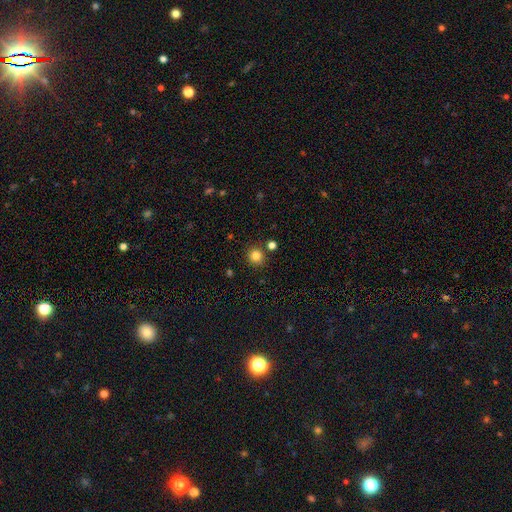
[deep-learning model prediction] Smooth or featured?
  - smooth: 82% *
  - star or artifact: 13%
  - featured or disk: 5%
How rounded?
  - round: 91% *
  - in between: 8%
  - cigar-shaped: 1%
Merging?
  - none: 85% *
  - minor disturbance: 7%
  - merger: 5%
  - major disturbance: 2%